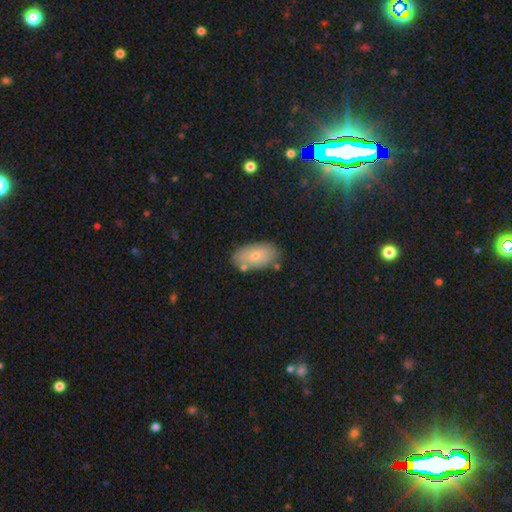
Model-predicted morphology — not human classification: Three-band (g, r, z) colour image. It shows a smooth galaxy with no disk features (71%) that is in between round and cigar-shaped (93%). Merging: none (75%).